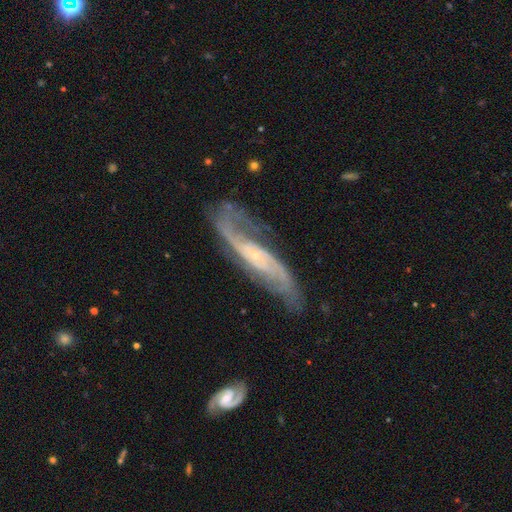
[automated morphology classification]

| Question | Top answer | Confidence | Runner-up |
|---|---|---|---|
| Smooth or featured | featured or disk | 88% | smooth (7%) |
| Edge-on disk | no | 86% | yes (14%) |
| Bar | no | 52% | weak (34%) |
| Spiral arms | yes | 96% | no (4%) |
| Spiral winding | medium | 46% | loose (31%) |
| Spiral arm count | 2 | 77% | can't tell (10%) |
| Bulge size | small | 82% | moderate (13%) |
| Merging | none | 68% | minor disturbance (19%) |